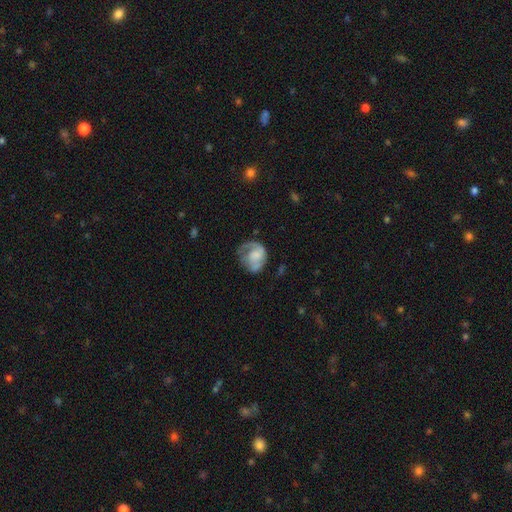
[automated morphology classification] Q: Smooth or featured?
A: featured or disk (55%); runner-up: smooth (38%)
Q: Edge-on disk?
A: no (98%); runner-up: yes (2%)
Q: Bar?
A: no (69%); runner-up: weak (26%)
Q: Spiral arms?
A: yes (75%); runner-up: no (25%)
Q: Bulge size?
A: none (31%); runner-up: moderate (27%)
Q: Merging?
A: none (43%); runner-up: major disturbance (28%)